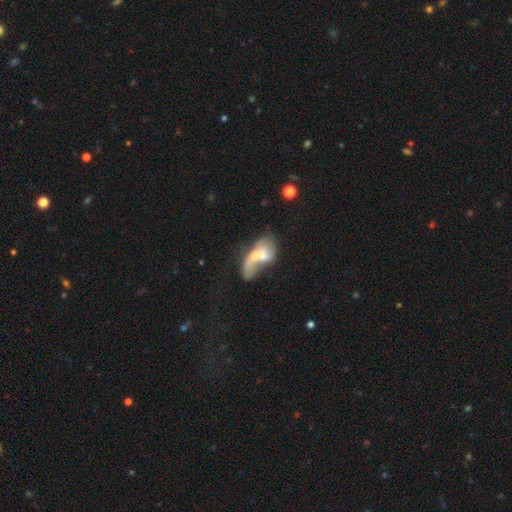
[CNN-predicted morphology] Overall: featured or disk (51%; smooth 40%). Edge-on disk: no (92%). Merging: merger (66%).